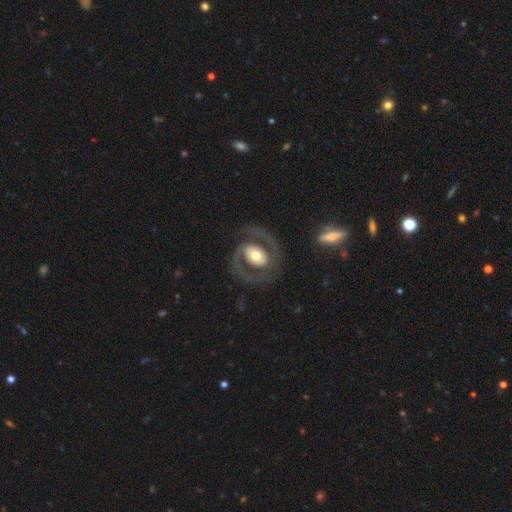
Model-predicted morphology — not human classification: Q: Smooth or featured?
A: featured or disk (87%); runner-up: smooth (8%)
Q: Edge-on disk?
A: no (97%); runner-up: yes (3%)
Q: Bar?
A: no (39%); runner-up: weak (33%)
Q: Spiral arms?
A: yes (92%); runner-up: no (8%)
Q: Spiral winding?
A: medium (57%); runner-up: tight (28%)
Q: Spiral arm count?
A: 2 (92%); runner-up: can't tell (2%)
Q: Bulge size?
A: moderate (63%); runner-up: large (20%)
Q: Merging?
A: none (80%); runner-up: minor disturbance (11%)